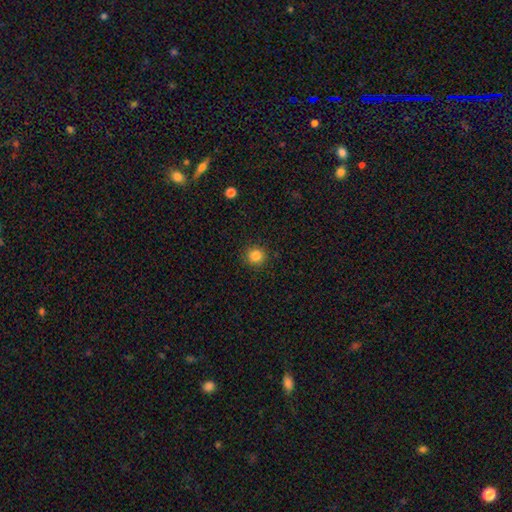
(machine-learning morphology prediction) Smooth or featured: smooth — 84% (star or artifact — 11%)
How rounded: round — 92% (in between — 7%)
Merging: none — 91% (minor disturbance — 6%)